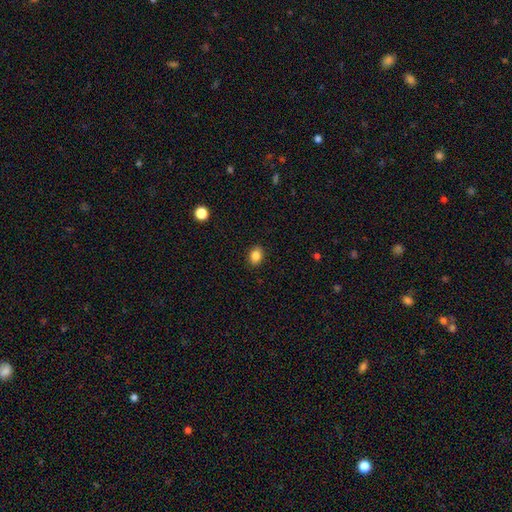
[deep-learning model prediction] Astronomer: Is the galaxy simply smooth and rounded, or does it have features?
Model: smooth — 86%.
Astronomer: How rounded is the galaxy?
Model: in between — 66%.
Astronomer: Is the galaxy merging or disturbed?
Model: none — 89%.